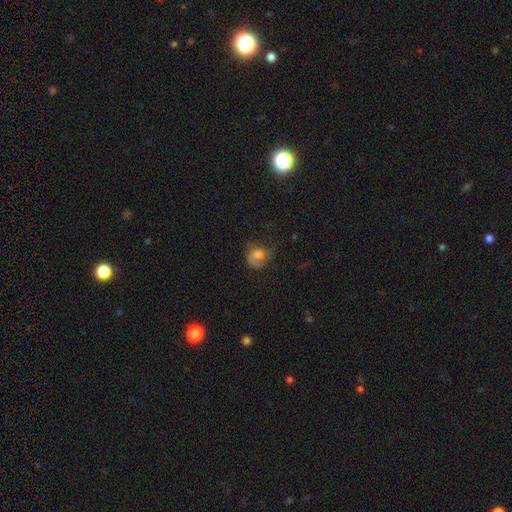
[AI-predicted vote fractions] A smooth galaxy with no disk features (57%) that is round (65%).

Vote fractions:
- Smooth or featured? smooth: 57% / featured or disk: 28% / star or artifact: 15%
- How rounded? round: 65% / in between: 34% / cigar-shaped: 1%
- Merging? none: 49% / minor disturbance: 25% / major disturbance: 23% / merger: 3%